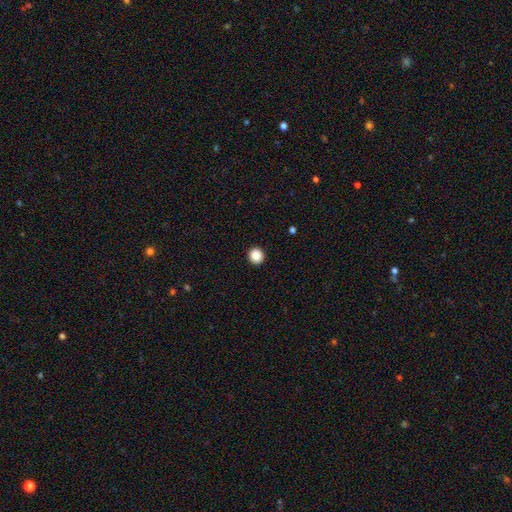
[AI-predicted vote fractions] A smooth galaxy with no disk features (88%) that is round (90%). Merging: none (94%).